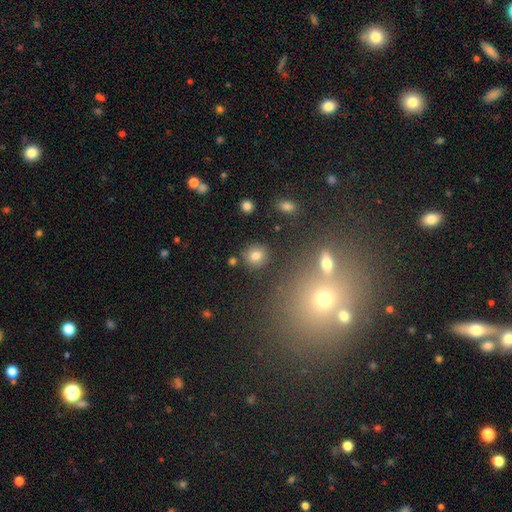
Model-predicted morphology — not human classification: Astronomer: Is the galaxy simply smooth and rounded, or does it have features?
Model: smooth — 80%.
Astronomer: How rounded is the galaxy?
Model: round — 87%.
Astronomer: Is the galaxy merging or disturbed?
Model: none — 86%.